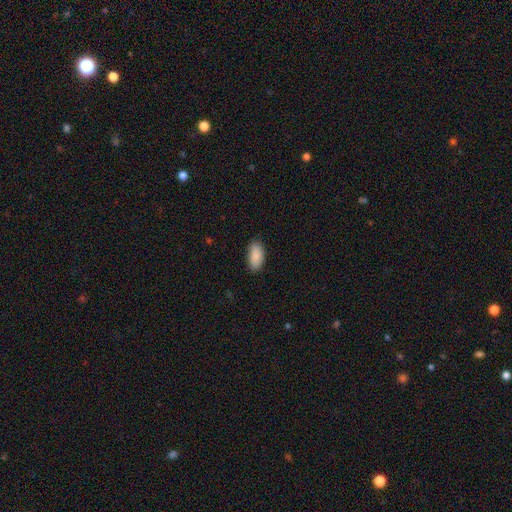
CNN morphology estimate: Q: Smooth or featured?
A: smooth (90%); runner-up: star or artifact (6%)
Q: How rounded?
A: in between (92%); runner-up: cigar-shaped (6%)
Q: Merging?
A: none (86%); runner-up: minor disturbance (11%)